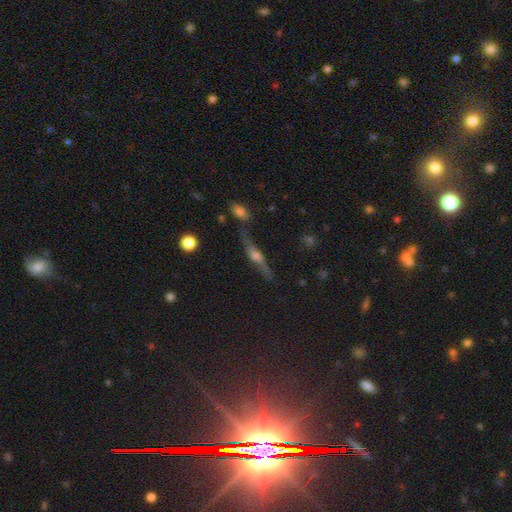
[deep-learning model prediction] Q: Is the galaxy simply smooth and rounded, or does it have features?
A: featured or disk — 65%.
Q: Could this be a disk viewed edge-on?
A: yes — 89%.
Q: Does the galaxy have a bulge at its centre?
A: rounded — 82%.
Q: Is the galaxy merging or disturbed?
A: none — 69%.